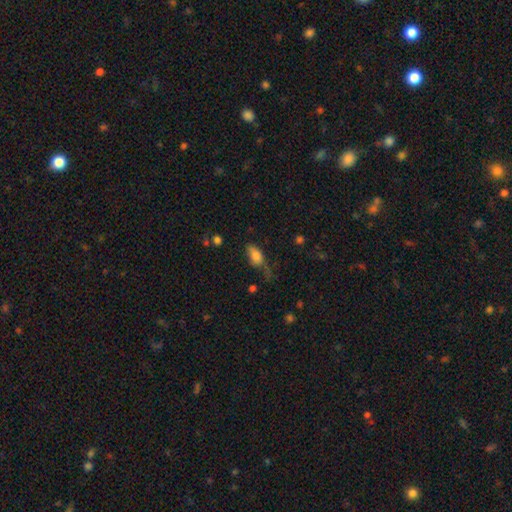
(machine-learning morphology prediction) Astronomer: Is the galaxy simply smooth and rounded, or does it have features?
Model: smooth — 79%.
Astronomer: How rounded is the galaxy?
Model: in between — 88%.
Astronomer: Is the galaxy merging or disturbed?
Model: none — 40% (runner-up: minor disturbance, 32%).